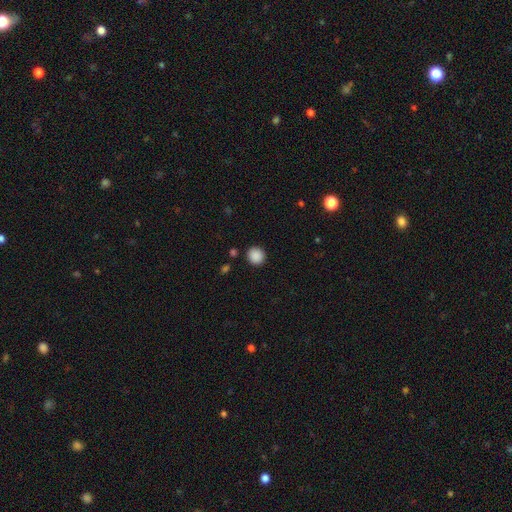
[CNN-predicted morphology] Smooth or featured?
  - smooth: 88% *
  - star or artifact: 9%
  - featured or disk: 2%
How rounded?
  - round: 91% *
  - in between: 8%
  - cigar-shaped: 1%
Merging?
  - none: 90% *
  - minor disturbance: 6%
  - major disturbance: 2%
  - merger: 2%